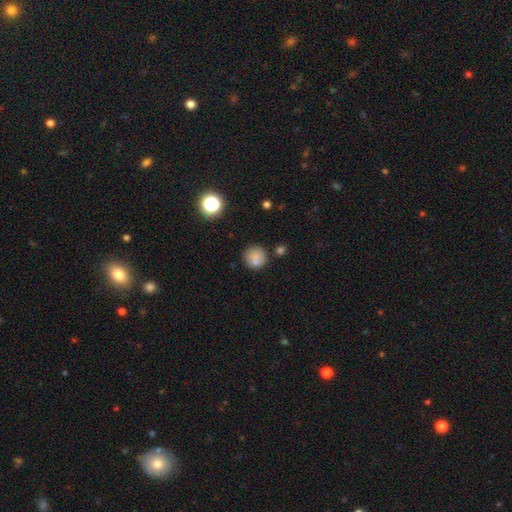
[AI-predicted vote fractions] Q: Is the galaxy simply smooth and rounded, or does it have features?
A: smooth — 79%.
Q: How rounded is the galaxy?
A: round — 92%.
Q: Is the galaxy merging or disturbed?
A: none — 76%.